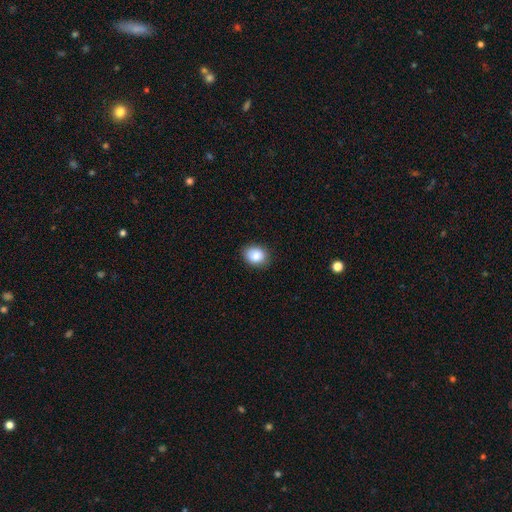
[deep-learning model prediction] This appears to be a smooth galaxy with no disk features (86%) that is in between round and cigar-shaped (52%). Merging: none (85%).